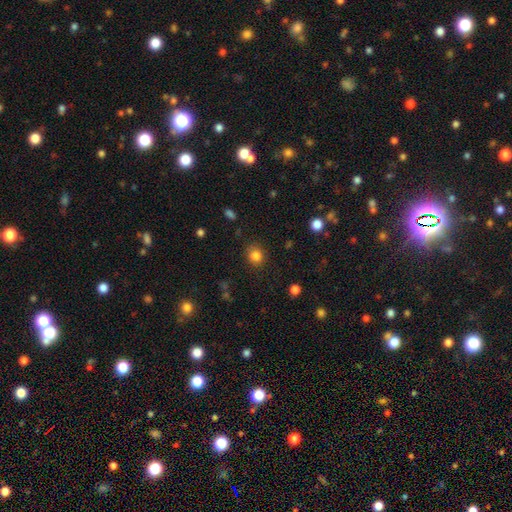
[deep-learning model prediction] Morphology: type=smooth (83%); roundness=round (80%); merging=none (86%).